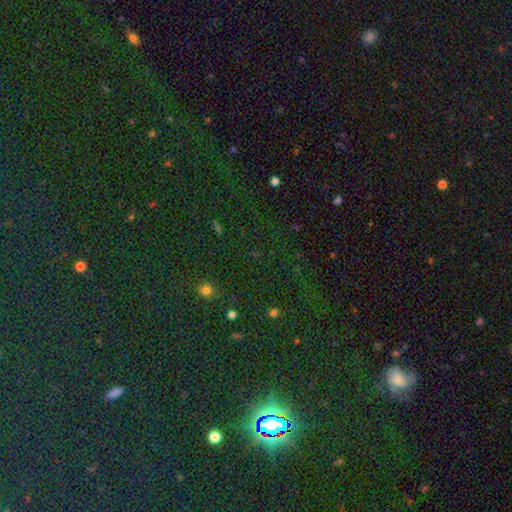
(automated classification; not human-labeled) smooth_or_featured: star or artifact (p=0.78) [alt: smooth p=0.14]